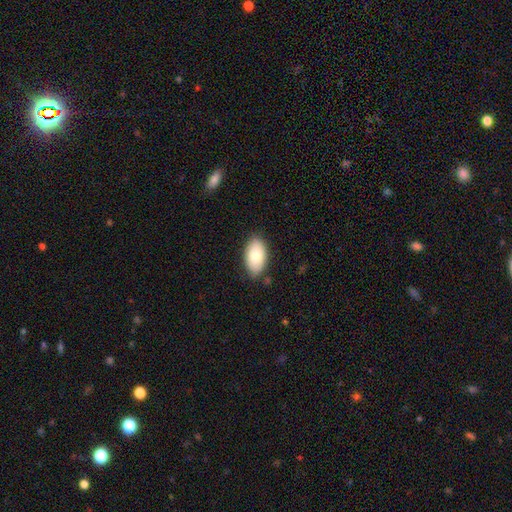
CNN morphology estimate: Smooth or featured? Predicted: smooth (p=0.80). How rounded? Predicted: in between (p=0.94). Merging? Predicted: none (p=0.83).